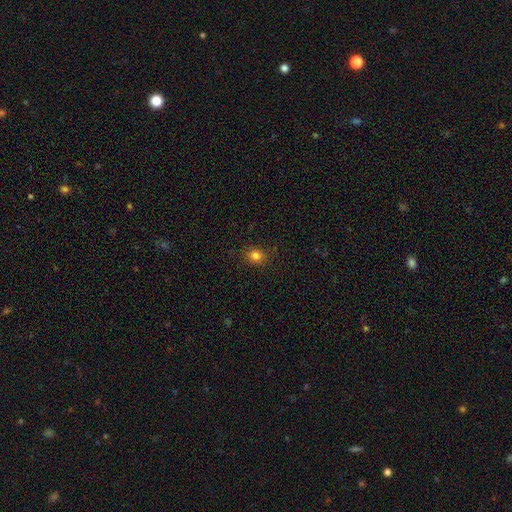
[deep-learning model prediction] Morphology: type=smooth (81%); roundness=round (67%); merging=none (87%).